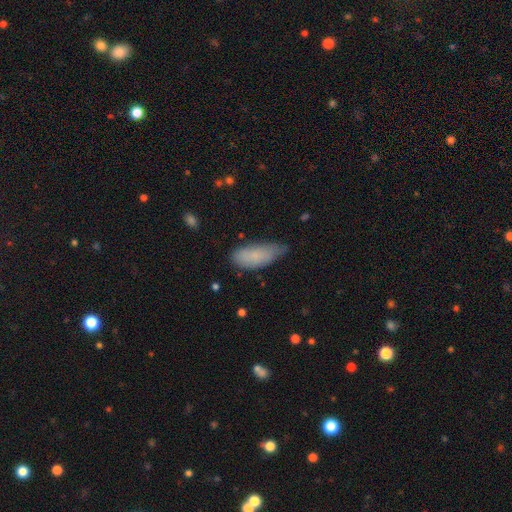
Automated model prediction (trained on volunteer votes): Overall: smooth (81%). How rounded: in between (81%). Merging: none (47%; minor disturbance 41%).